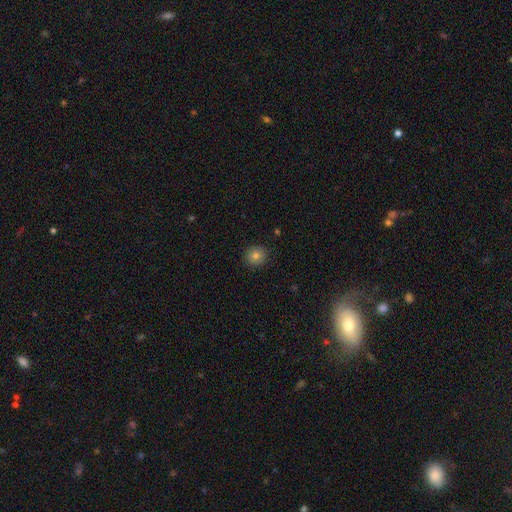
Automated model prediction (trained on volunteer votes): Smooth or featured? Predicted: smooth (p=0.80). How rounded? Predicted: round (p=0.88). Merging? Predicted: none (p=0.90).